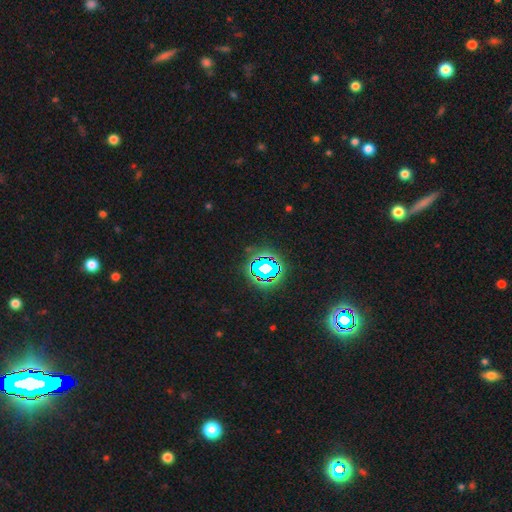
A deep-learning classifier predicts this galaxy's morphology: A star or artifact, not a galaxy (81%).

Vote fractions:
- Smooth or featured? star or artifact: 81% / smooth: 12% / featured or disk: 7%